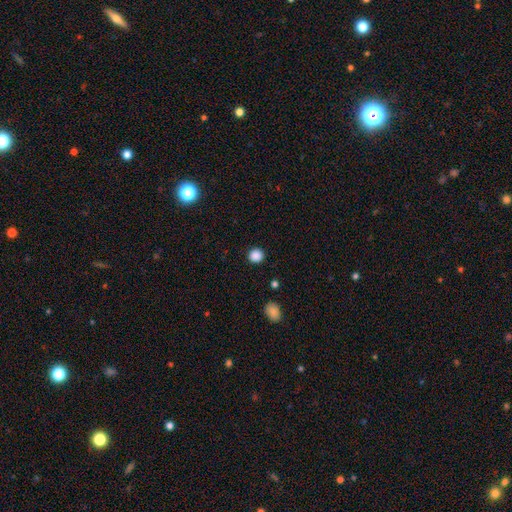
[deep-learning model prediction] A smooth galaxy with no disk features (87%) that is round (90%).

Vote fractions:
- Smooth or featured? smooth: 87% / star or artifact: 10% / featured or disk: 2%
- How rounded? round: 90% / in between: 9% / cigar-shaped: 1%
- Merging? none: 91% / minor disturbance: 6% / major disturbance: 2% / merger: 1%